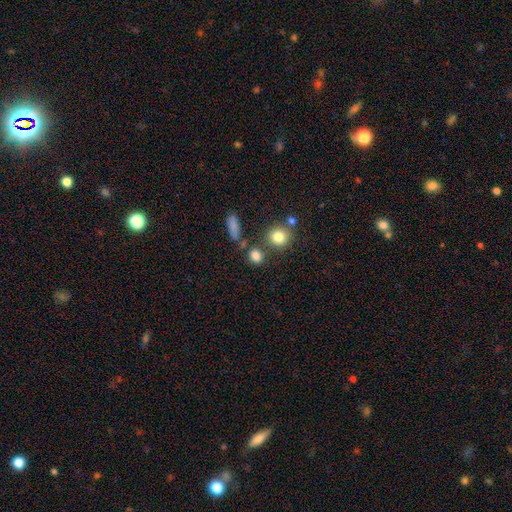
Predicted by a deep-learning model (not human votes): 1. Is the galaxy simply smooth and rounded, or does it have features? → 82% smooth, 12% star or artifact, 6% featured or disk.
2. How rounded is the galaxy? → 65% round, 33% in between, 3% cigar-shaped.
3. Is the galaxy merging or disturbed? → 71% none, 13% merger, 11% minor disturbance, 4% major disturbance.